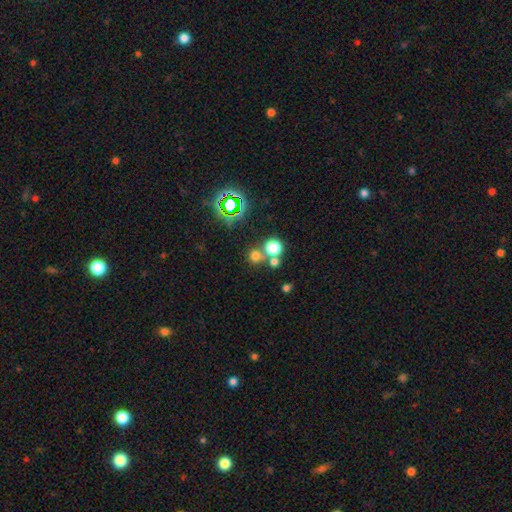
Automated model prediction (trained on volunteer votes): Smooth or featured? smooth (63%)
How rounded? round (88%)
Merging? none (62%)